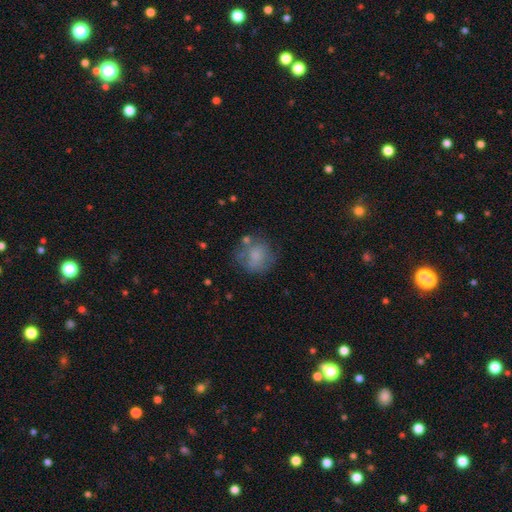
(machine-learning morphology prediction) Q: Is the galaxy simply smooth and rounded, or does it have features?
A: smooth — 69%.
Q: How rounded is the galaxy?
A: round — 82%.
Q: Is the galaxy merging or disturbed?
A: none — 58%.